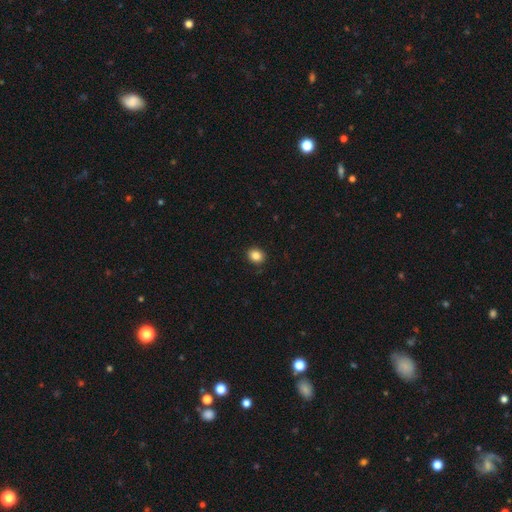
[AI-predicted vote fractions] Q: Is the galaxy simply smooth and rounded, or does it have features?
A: smooth — 85%.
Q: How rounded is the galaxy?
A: round — 61%.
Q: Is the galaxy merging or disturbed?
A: none — 90%.